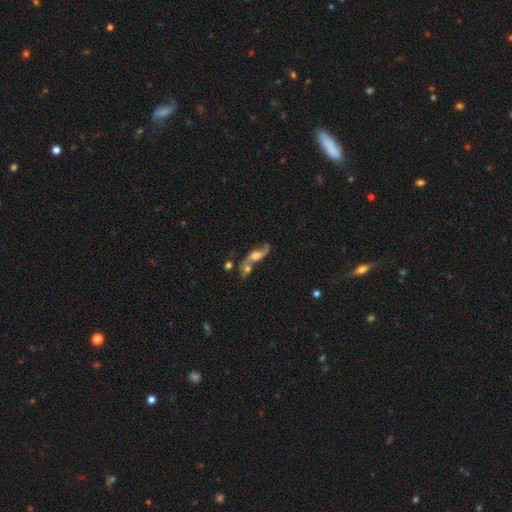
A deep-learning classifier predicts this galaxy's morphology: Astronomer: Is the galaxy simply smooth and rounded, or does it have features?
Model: featured or disk — 67%.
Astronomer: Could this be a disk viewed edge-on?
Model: no — 84%.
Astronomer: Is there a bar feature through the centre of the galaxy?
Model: no — 65%.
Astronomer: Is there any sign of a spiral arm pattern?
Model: yes — 85%.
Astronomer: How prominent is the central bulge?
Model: moderate — 42% (runner-up: large, 33%).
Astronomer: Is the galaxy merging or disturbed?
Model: merger — 49% (runner-up: none, 30%).